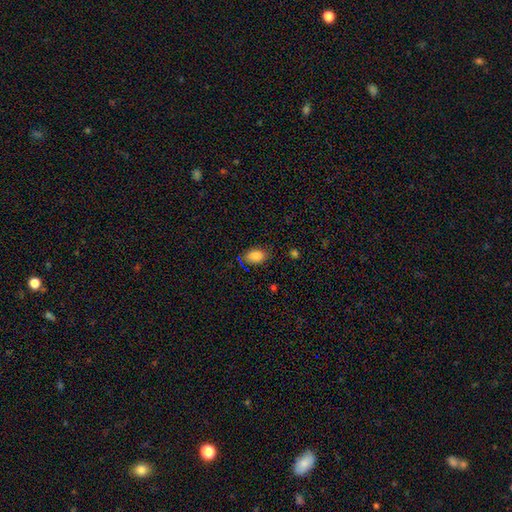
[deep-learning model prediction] Q: Smooth or featured?
A: smooth (83%); runner-up: star or artifact (10%)
Q: How rounded?
A: in between (86%); runner-up: round (13%)
Q: Merging?
A: none (78%); runner-up: minor disturbance (17%)